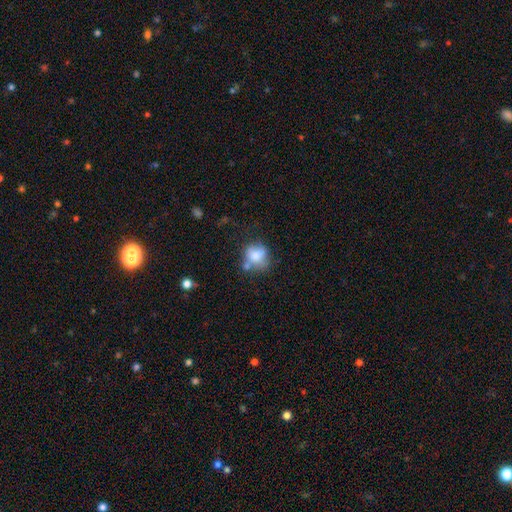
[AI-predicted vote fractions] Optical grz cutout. It shows a smooth galaxy with no disk features (75%) that is round (69%). Merging: none (47%).